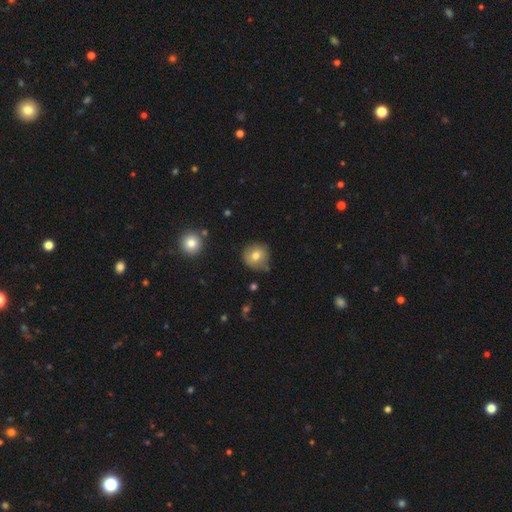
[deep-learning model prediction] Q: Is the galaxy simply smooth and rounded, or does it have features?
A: smooth — 75%.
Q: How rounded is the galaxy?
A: round — 89%.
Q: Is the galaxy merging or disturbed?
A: none — 70%.